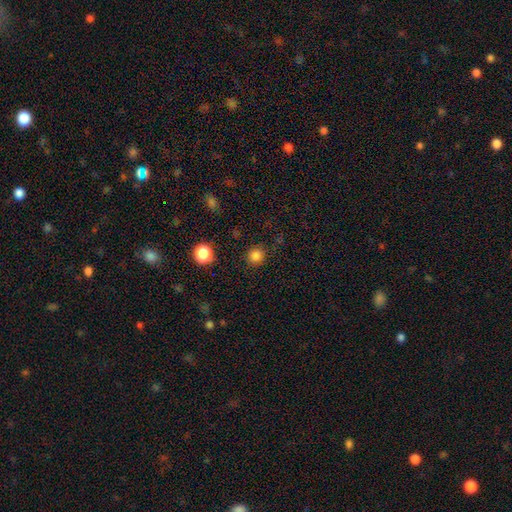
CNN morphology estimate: Smooth or featured?
  - smooth: 82% *
  - star or artifact: 14%
  - featured or disk: 3%
How rounded?
  - round: 92% *
  - in between: 7%
  - cigar-shaped: 1%
Merging?
  - none: 88% *
  - minor disturbance: 7%
  - major disturbance: 3%
  - merger: 2%